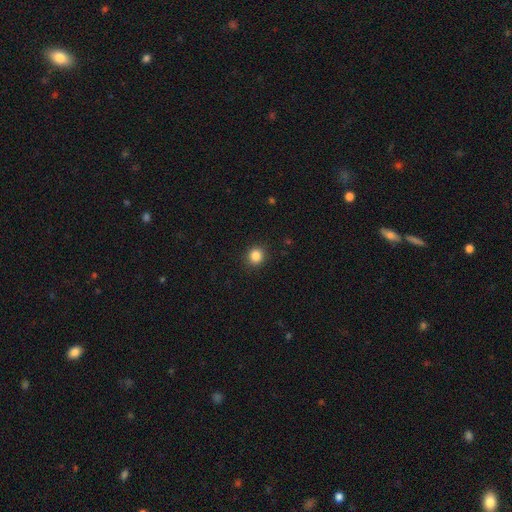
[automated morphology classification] Overall: smooth (85%). How rounded: round (88%). Merging: none (91%).